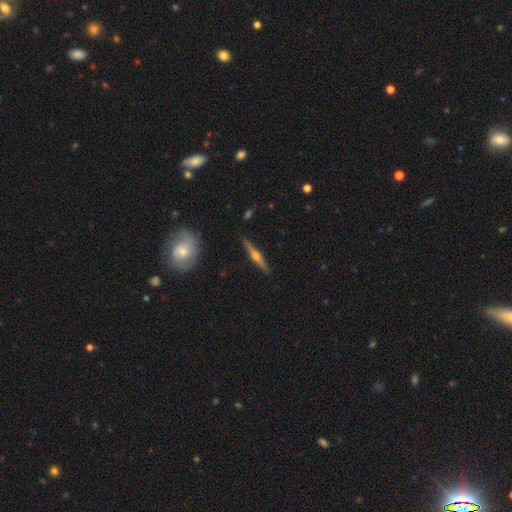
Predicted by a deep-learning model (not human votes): This appears to be a featured or disk galaxy (72%) viewed edge-on (98%) with a rounded central bulge (91%). Merging: none (90%).